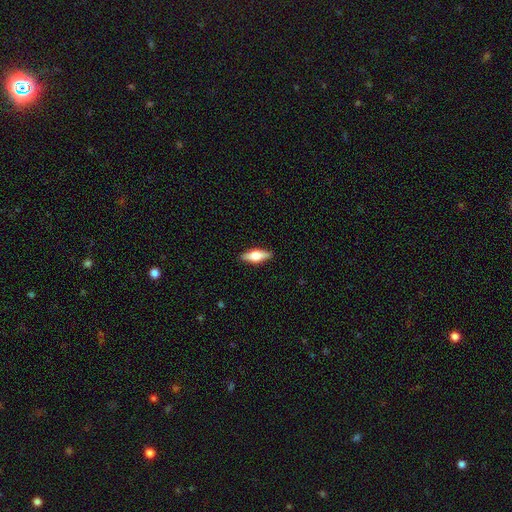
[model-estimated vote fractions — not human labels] A smooth galaxy with no disk features (56%) that is in between round and cigar-shaped (60%).

Vote fractions:
- Smooth or featured? smooth: 56% / featured or disk: 38% / star or artifact: 6%
- How rounded? in between: 60% / cigar-shaped: 37% / round: 3%
- Merging? none: 89% / minor disturbance: 8% / major disturbance: 2% / merger: 1%